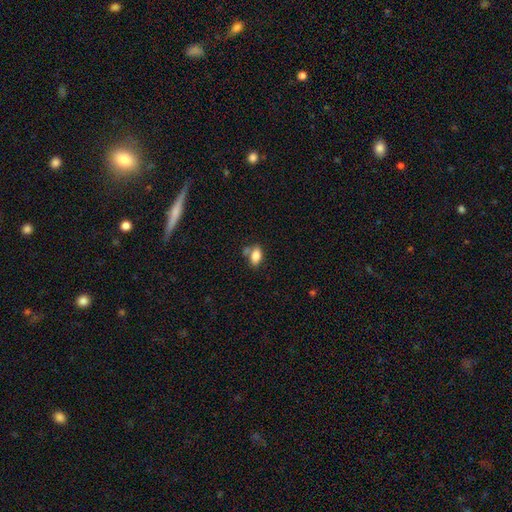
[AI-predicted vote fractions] Smooth or featured? Predicted: smooth (p=0.83). How rounded? Predicted: in between (p=0.89). Merging? Predicted: none (p=0.59).